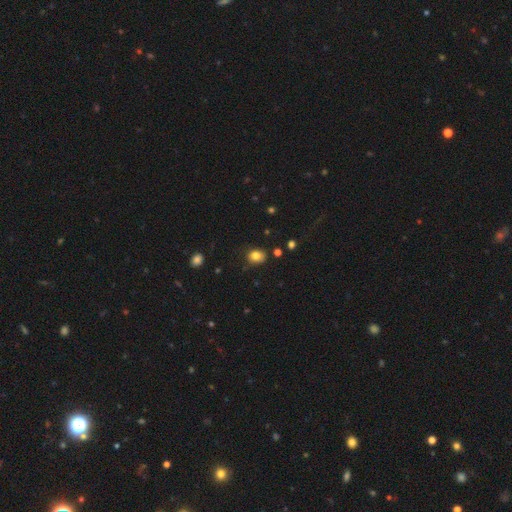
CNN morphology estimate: smooth-or-featured: smooth: 81% | star or artifact: 11% | featured or disk: 8%
  how-rounded: round: 51% | in between: 48% | cigar-shaped: 1%
  merging: none: 76% | minor disturbance: 19% | major disturbance: 4% | merger: 2%